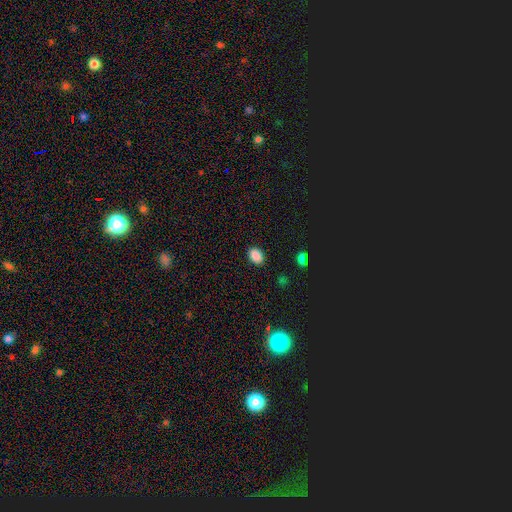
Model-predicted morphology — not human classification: Smooth or featured: smooth — 87% (star or artifact — 10%)
How rounded: in between — 78% (round — 21%)
Merging: none — 87% (minor disturbance — 9%)